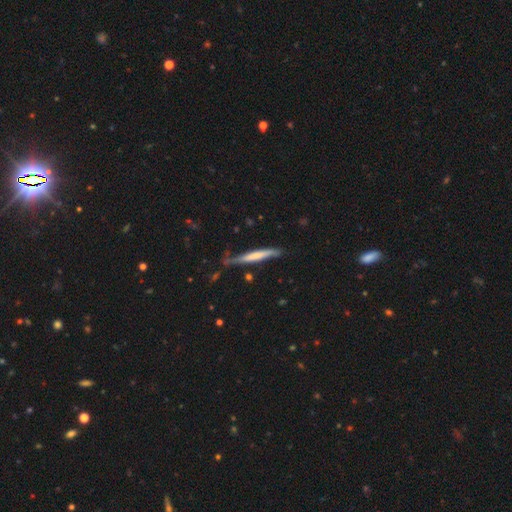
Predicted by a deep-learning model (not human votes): A smooth galaxy with no disk features (55%) that is cigar-shaped (94%). Merging: none (62%).